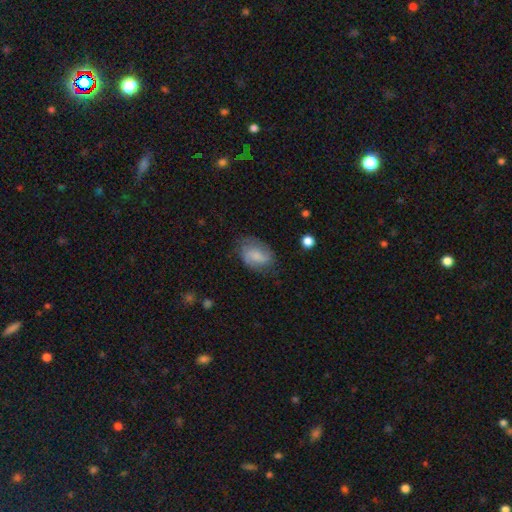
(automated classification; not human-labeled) Smooth or featured?
  - smooth: 60% *
  - featured or disk: 32%
  - star or artifact: 8%
How rounded?
  - in between: 81% *
  - round: 17%
  - cigar-shaped: 2%
Merging?
  - none: 64% *
  - minor disturbance: 25%
  - major disturbance: 10%
  - merger: 2%